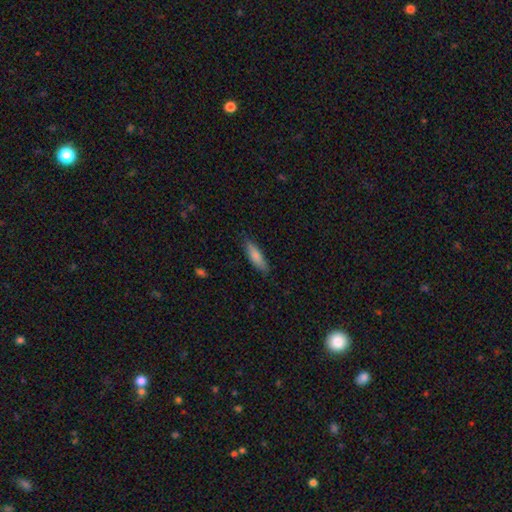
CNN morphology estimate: A smooth galaxy with no disk features (82%) that is cigar-shaped (60%). Merging: none (84%).